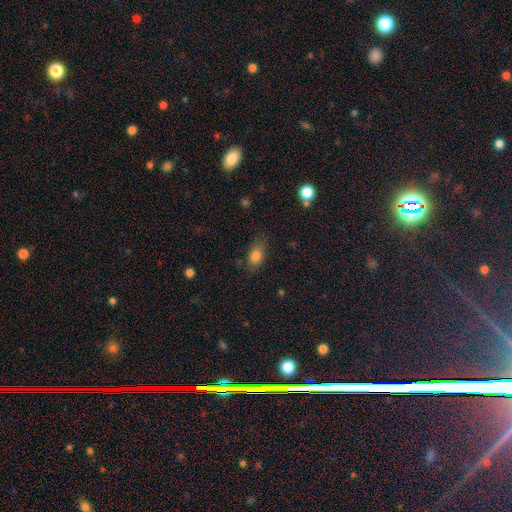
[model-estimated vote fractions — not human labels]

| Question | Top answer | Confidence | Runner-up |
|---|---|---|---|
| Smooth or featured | smooth | 81% | star or artifact (10%) |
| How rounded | in between | 82% | round (13%) |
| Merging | none | 76% | minor disturbance (18%) |